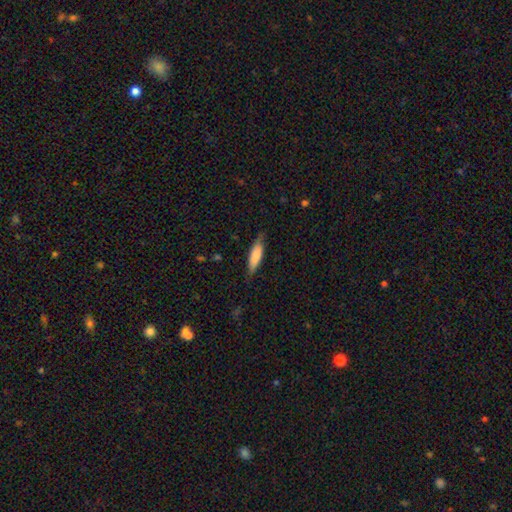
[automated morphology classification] Smooth or featured: smooth — 76% (featured or disk — 18%)
How rounded: cigar-shaped — 57% (in between — 41%)
Merging: none — 75% (minor disturbance — 20%)